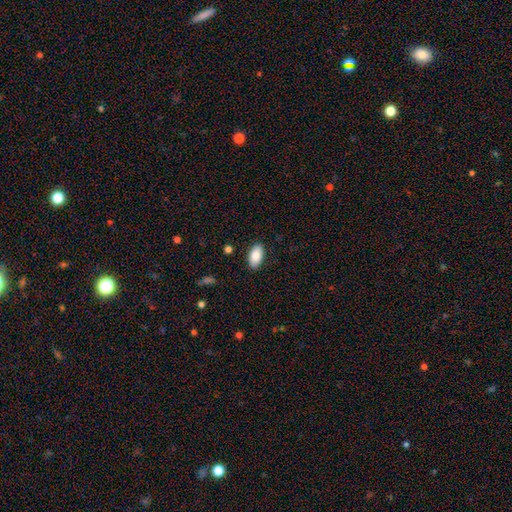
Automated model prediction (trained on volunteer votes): Q: Smooth or featured?
A: smooth (82%); runner-up: featured or disk (11%)
Q: How rounded?
A: in between (94%); runner-up: round (3%)
Q: Merging?
A: none (88%); runner-up: minor disturbance (9%)